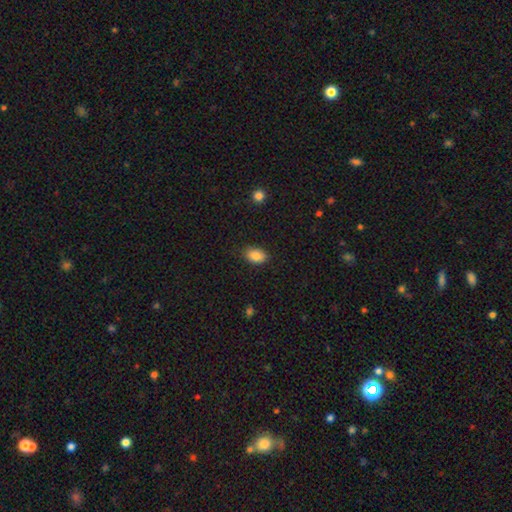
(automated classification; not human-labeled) Smooth or featured? smooth (85%)
How rounded? in between (88%)
Merging? none (85%)